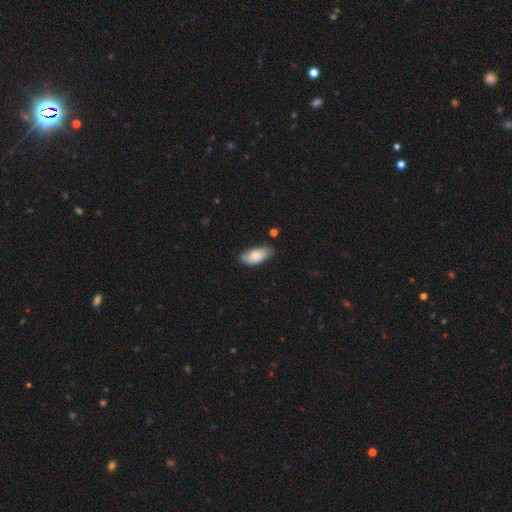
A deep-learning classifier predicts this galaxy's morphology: Smooth or featured? smooth (80%)
How rounded? in between (90%)
Merging? none (70%)